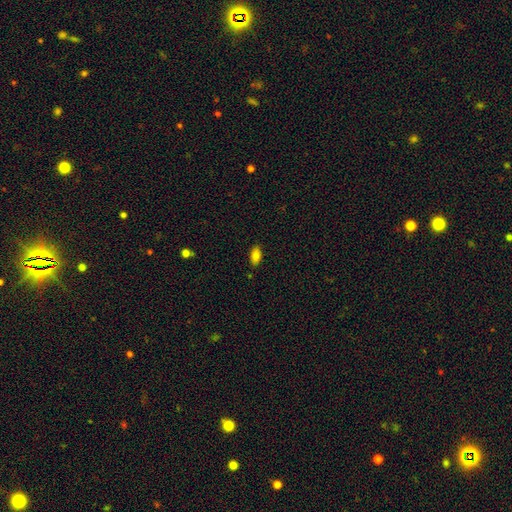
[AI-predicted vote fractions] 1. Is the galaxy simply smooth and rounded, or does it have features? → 82% smooth, 10% star or artifact, 9% featured or disk.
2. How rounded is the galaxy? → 91% in between, 6% cigar-shaped, 4% round.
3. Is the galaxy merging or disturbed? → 85% none, 11% minor disturbance, 2% major disturbance, 2% merger.